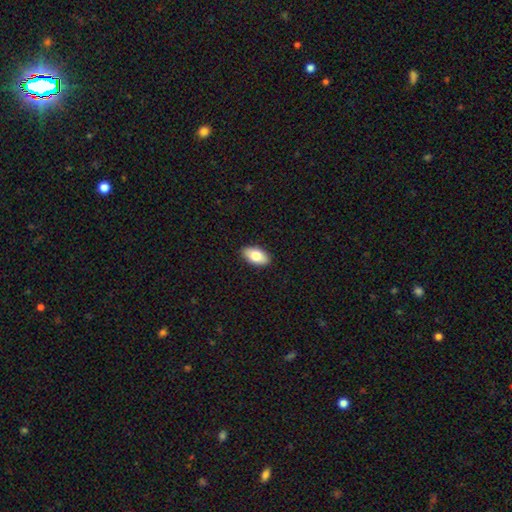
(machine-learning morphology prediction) Overall: smooth (79%). How rounded: in between (94%). Merging: none (90%).